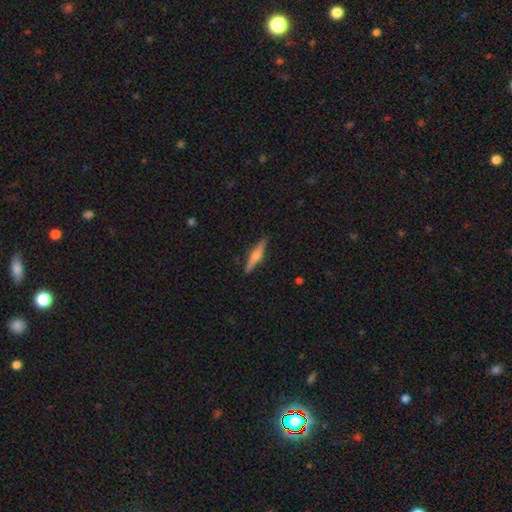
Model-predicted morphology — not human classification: Smooth or featured: featured or disk — 57% (smooth — 37%)
Edge-on disk: yes — 97% (no — 3%)
Edge-on bulge: rounded — 85% (boxy — 9%)
Merging: none — 89% (minor disturbance — 8%)